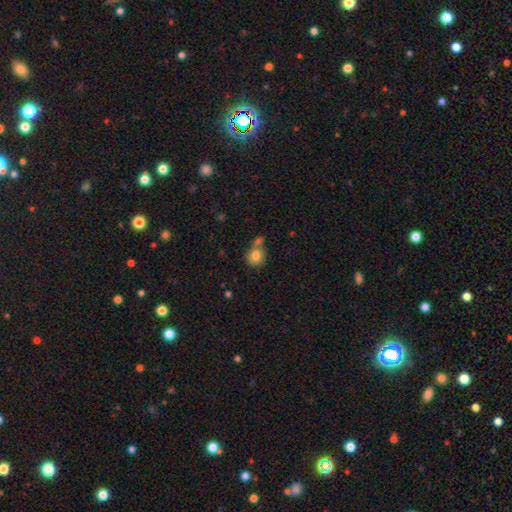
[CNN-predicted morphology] Smooth or featured?
  - smooth: 82% *
  - star or artifact: 9%
  - featured or disk: 9%
How rounded?
  - round: 81% *
  - in between: 18%
  - cigar-shaped: 1%
Merging?
  - none: 55% *
  - merger: 28%
  - minor disturbance: 13%
  - major disturbance: 4%